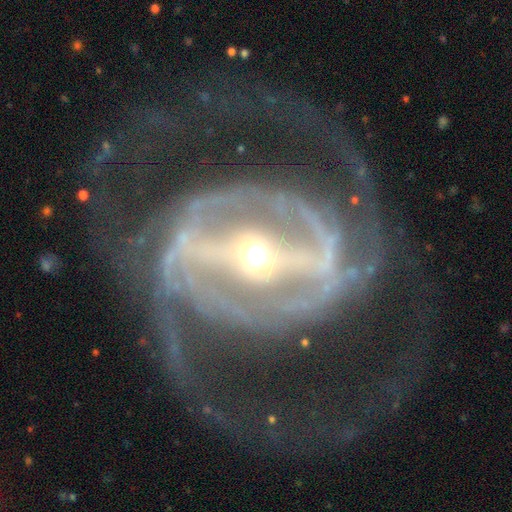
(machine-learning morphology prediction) Smooth or featured?
  - featured or disk: 92% *
  - star or artifact: 5%
  - smooth: 3%
Edge-on disk?
  - no: 96% *
  - yes: 4%
Bar?
  - strong: 80% *
  - weak: 14%
  - no: 6%
Spiral arms?
  - yes: 95% *
  - no: 5%
Spiral winding?
  - medium: 47% *
  - tight: 29%
  - loose: 24%
Spiral arm count?
  - 2: 73% *
  - 3: 8%
  - can't tell: 7%
  - 1: 4%
  - 4: 4%
  - more than 4: 4%
Bulge size?
  - small: 48% *
  - moderate: 47%
  - large: 3%
  - dominant: 1%
  - none: 1%
Merging?
  - none: 54% *
  - major disturbance: 28%
  - minor disturbance: 15%
  - merger: 3%